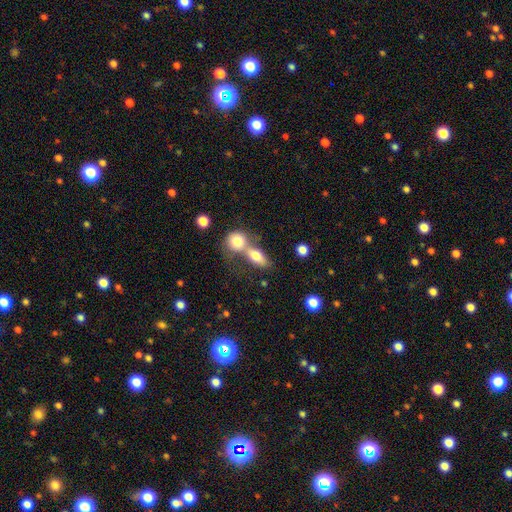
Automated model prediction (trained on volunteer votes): Overall: smooth (76%). How rounded: in between (75%). Merging: merger (61%; none 26%).